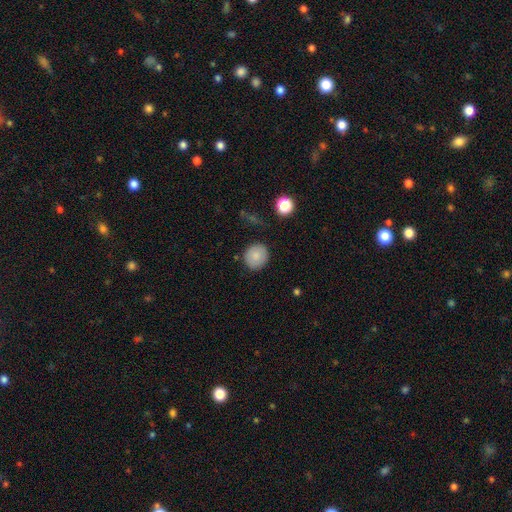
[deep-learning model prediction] smooth 84%, star or artifact 8%, featured or disk 7%. Down the decision tree: how rounded — round (85%); merging — none (87%).